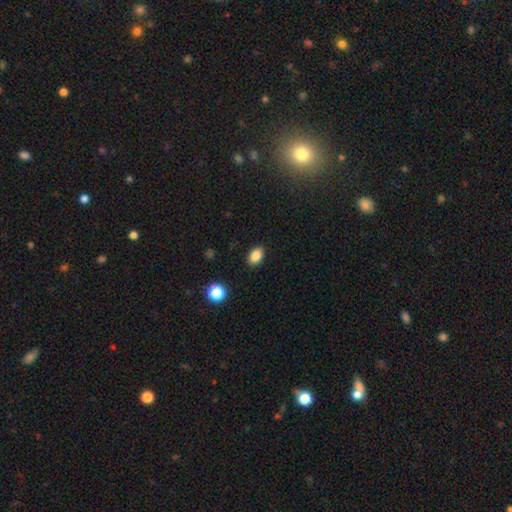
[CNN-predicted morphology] Smooth or featured?
  - smooth: 86% *
  - star or artifact: 10%
  - featured or disk: 5%
How rounded?
  - in between: 80% *
  - round: 18%
  - cigar-shaped: 1%
Merging?
  - none: 89% *
  - minor disturbance: 8%
  - major disturbance: 2%
  - merger: 1%